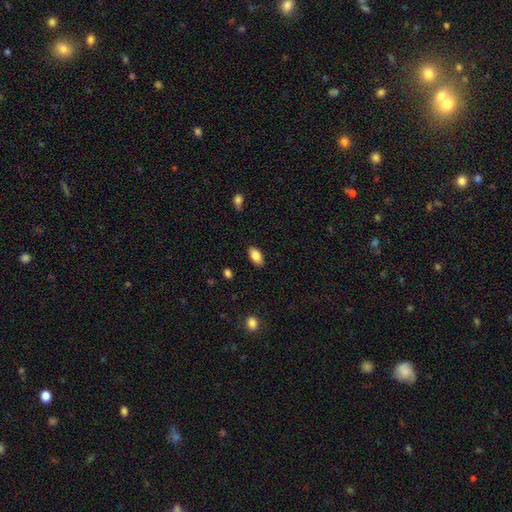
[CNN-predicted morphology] Smooth or featured? Predicted: smooth (p=0.85). How rounded? Predicted: in between (p=0.92). Merging? Predicted: none (p=0.87).